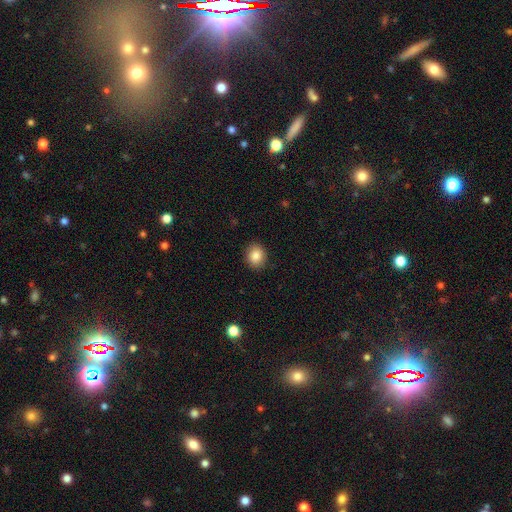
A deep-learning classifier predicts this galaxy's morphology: This is clearly a smooth galaxy (86%). How rounded: likely round (65%). Merging: clearly none (89%).